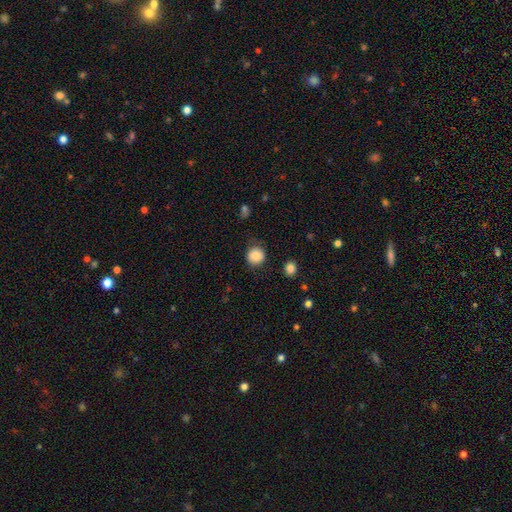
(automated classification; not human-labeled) Smooth or featured: smooth — 85% (star or artifact — 9%)
How rounded: round — 91% (in between — 8%)
Merging: none — 82% (minor disturbance — 12%)